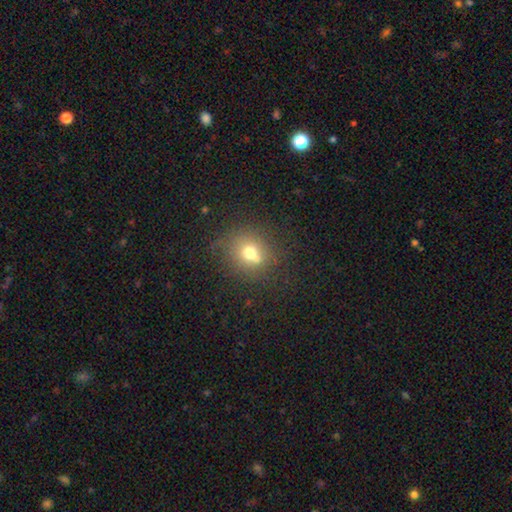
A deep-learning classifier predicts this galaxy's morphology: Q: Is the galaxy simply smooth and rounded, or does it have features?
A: smooth — 68%.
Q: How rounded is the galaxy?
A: round — 82%.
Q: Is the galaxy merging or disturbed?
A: none — 91%.